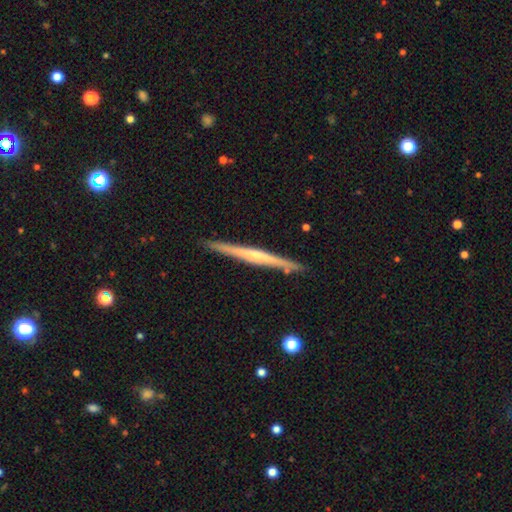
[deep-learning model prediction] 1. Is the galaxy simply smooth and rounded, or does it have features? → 69% featured or disk, 25% smooth, 5% star or artifact.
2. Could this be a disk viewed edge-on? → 98% yes, 2% no.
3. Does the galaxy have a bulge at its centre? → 50% rounded, 43% none, 7% boxy.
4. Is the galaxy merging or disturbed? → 91% none, 7% minor disturbance, 1% merger, 1% major disturbance.